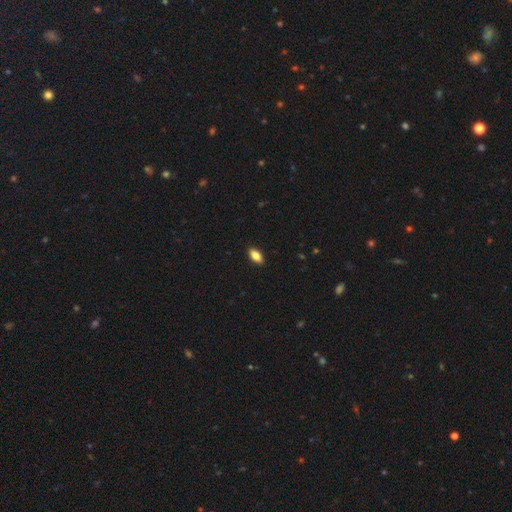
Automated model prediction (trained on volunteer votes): This is clearly a smooth galaxy (83%). How rounded: clearly in between (89%). Merging: clearly none (90%).